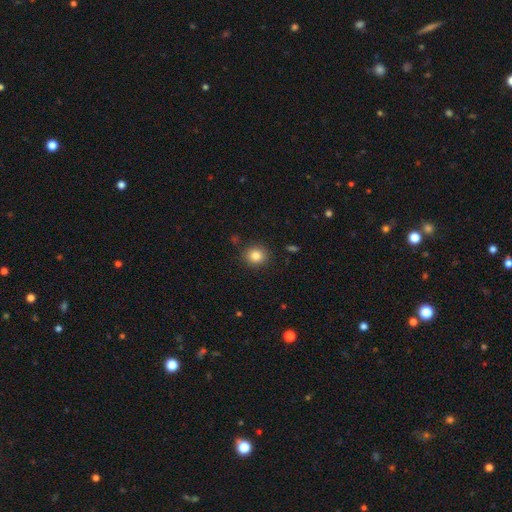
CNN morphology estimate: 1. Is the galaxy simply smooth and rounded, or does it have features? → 84% smooth, 11% star or artifact, 6% featured or disk.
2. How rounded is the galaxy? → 85% round, 15% in between, 1% cigar-shaped.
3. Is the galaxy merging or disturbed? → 88% none, 8% minor disturbance, 2% major disturbance, 2% merger.